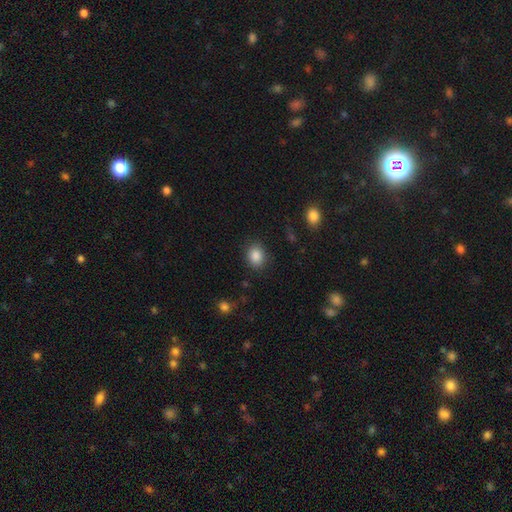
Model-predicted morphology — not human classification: This is clearly a smooth galaxy (87%). How rounded: likely round (61%). Merging: clearly none (86%).